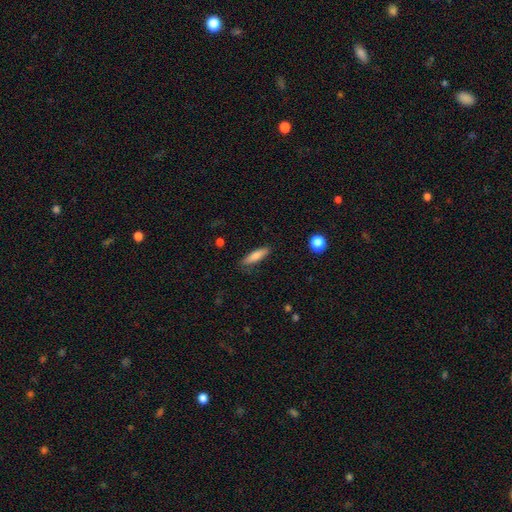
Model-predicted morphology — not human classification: Overall: smooth (79%). How rounded: cigar-shaped (68%; in between 31%). Merging: none (85%).